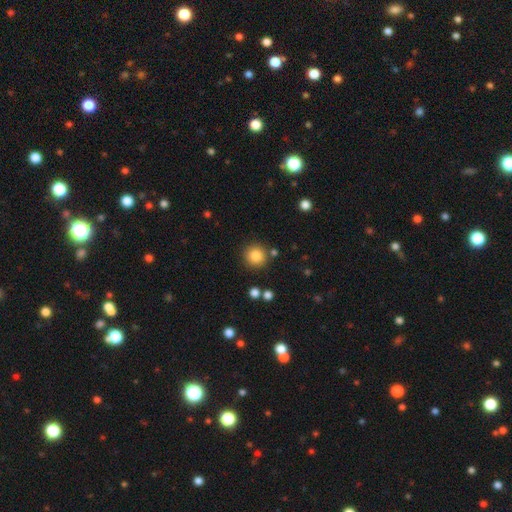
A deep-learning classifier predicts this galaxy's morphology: The model was most divided on "smooth or featured": smooth: 85%, star or artifact: 10%, featured or disk: 5%. More confident: how rounded — round (94%); merging — none (85%).